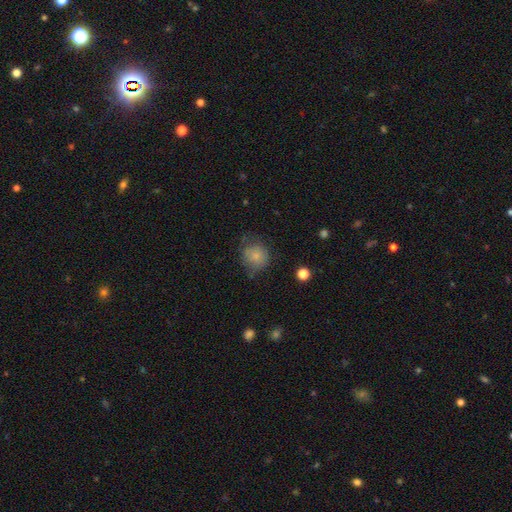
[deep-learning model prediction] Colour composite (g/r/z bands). It shows a smooth galaxy with no disk features (79%) that is round (86%). Merging: none (63%).